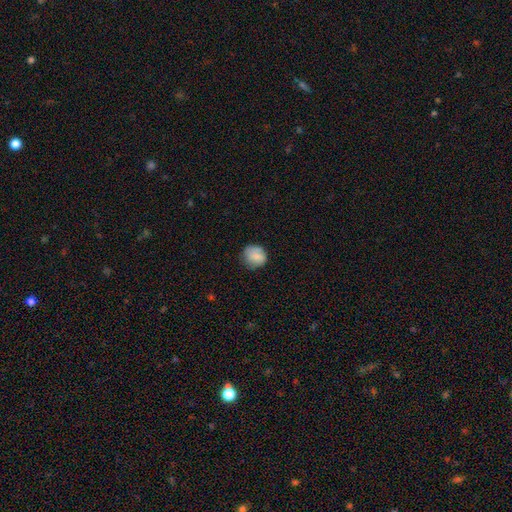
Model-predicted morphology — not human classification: smooth 82%, featured or disk 10%, star or artifact 8%. Down the decision tree: how rounded — round (84%); merging — none (72%).